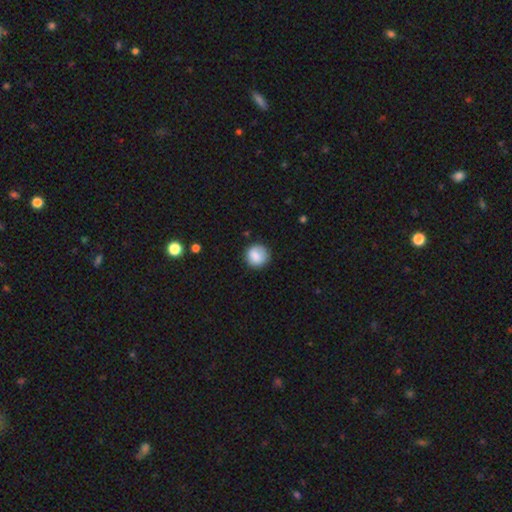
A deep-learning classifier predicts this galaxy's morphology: smooth_or_featured: smooth (p=0.85) [alt: star or artifact p=0.08]
how_rounded: round (p=0.91) [alt: in between p=0.08]
merging: none (p=0.85) [alt: minor disturbance p=0.11]